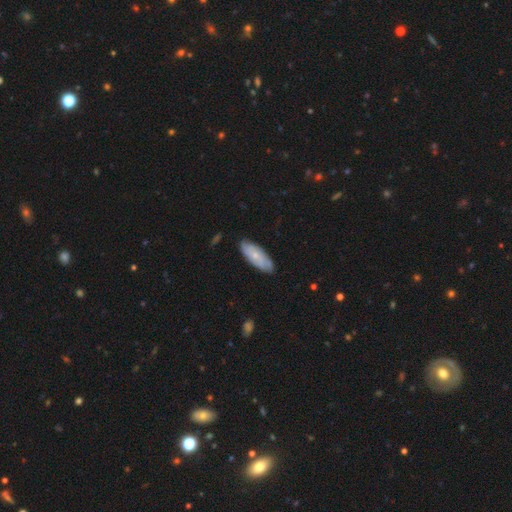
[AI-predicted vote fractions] Q: Smooth or featured?
A: featured or disk (50%); runner-up: smooth (44%)
Q: Edge-on disk?
A: no (85%); runner-up: yes (15%)
Q: Merging?
A: none (77%); runner-up: minor disturbance (19%)